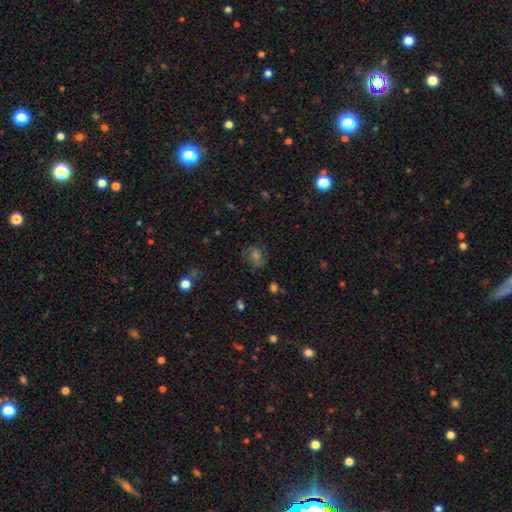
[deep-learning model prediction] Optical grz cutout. It shows a smooth galaxy with no disk features (41%). Merging: none (73%).